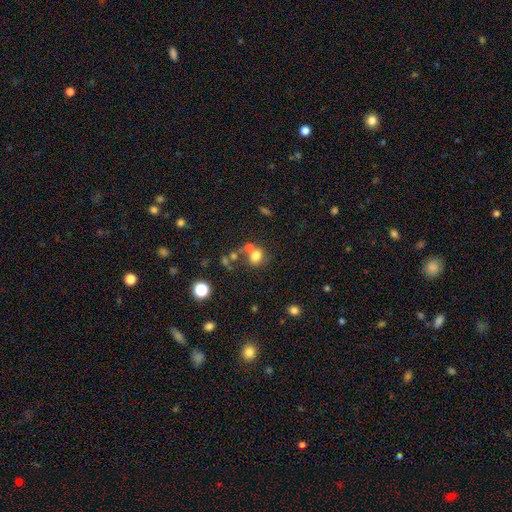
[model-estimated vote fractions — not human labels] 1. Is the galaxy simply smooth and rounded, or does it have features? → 72% smooth, 15% star or artifact, 12% featured or disk.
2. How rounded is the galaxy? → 66% round, 33% in between, 1% cigar-shaped.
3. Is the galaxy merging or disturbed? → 47% none, 36% merger, 10% minor disturbance, 6% major disturbance.